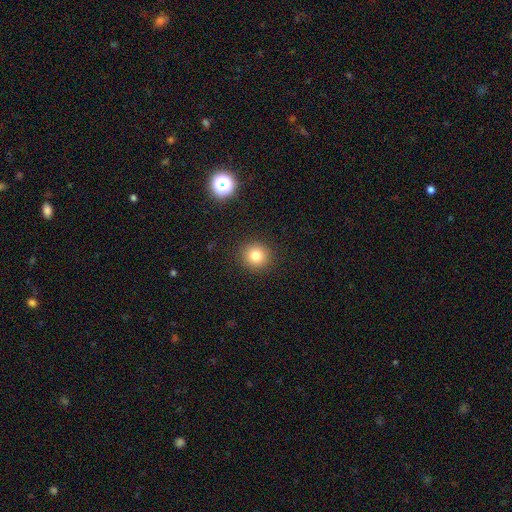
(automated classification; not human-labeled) Smooth or featured? smooth (79%)
How rounded? round (93%)
Merging? none (91%)